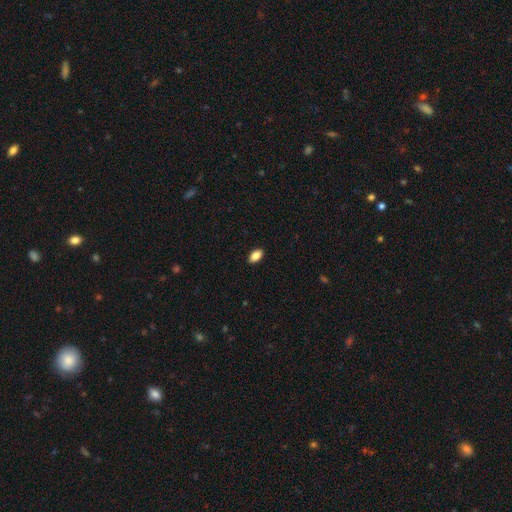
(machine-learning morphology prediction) A smooth galaxy with no disk features (87%) that is in between round and cigar-shaped (93%).

Vote fractions:
- Smooth or featured? smooth: 87% / star or artifact: 8% / featured or disk: 6%
- How rounded? in between: 93% / round: 4% / cigar-shaped: 3%
- Merging? none: 90% / minor disturbance: 8% / major disturbance: 2% / merger: 1%